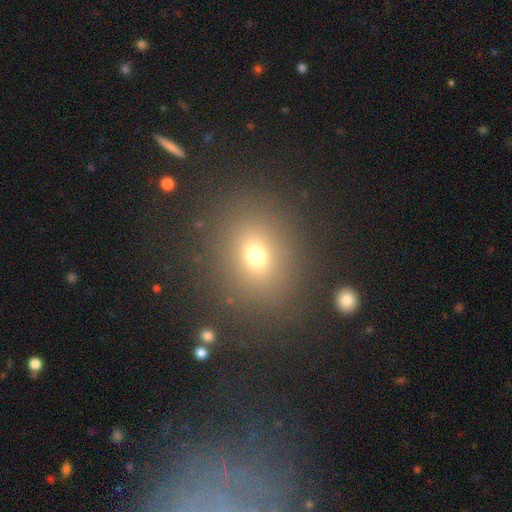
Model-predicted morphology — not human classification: smooth-or-featured: smooth: 69% | star or artifact: 20% | featured or disk: 11%
  how-rounded: round: 59% | in between: 40% | cigar-shaped: 1%
  merging: none: 84% | minor disturbance: 9% | major disturbance: 5% | merger: 3%